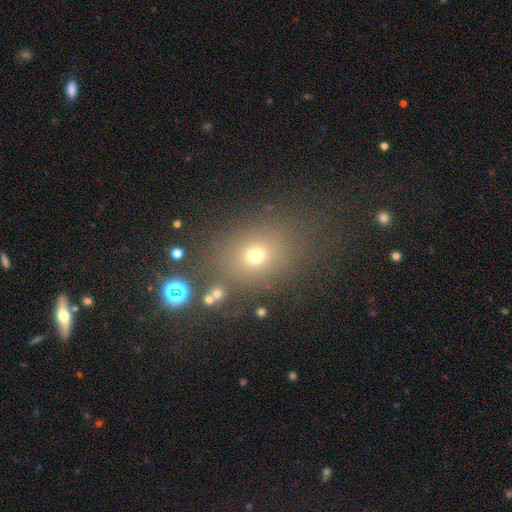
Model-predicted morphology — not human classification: Overall: smooth (65%). How rounded: round (49%, tied with in between). Merging: none (76%).